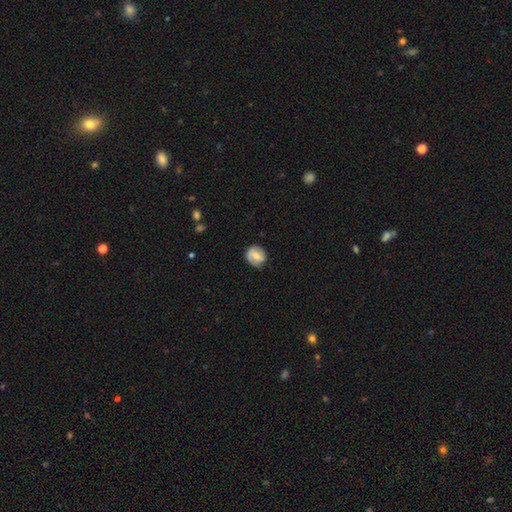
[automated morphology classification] smooth 54%, featured or disk 38%, star or artifact 7%. Down the decision tree: how rounded — round (79%); merging — none (76%).